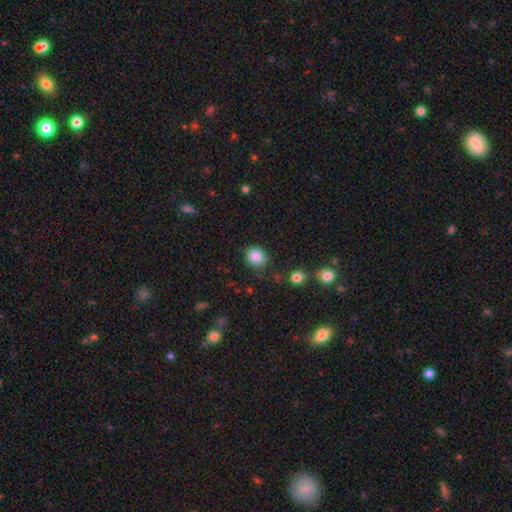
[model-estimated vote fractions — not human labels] Smooth or featured?
  - smooth: 86% *
  - star or artifact: 10%
  - featured or disk: 5%
How rounded?
  - round: 68% *
  - in between: 31%
  - cigar-shaped: 1%
Merging?
  - none: 76% *
  - minor disturbance: 17%
  - major disturbance: 5%
  - merger: 3%